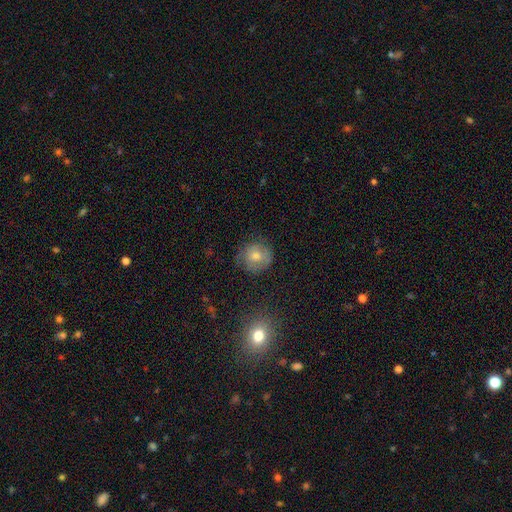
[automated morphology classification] This is possibly a smooth galaxy (57%). How rounded: clearly round (87%). Merging: likely none (76%).